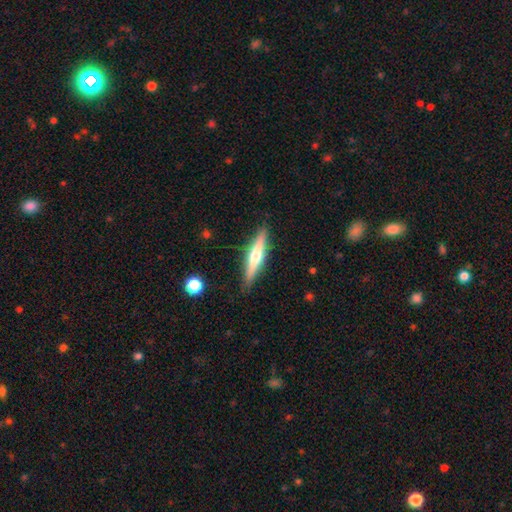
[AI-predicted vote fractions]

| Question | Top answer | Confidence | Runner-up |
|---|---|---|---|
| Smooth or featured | featured or disk | 63% | smooth (31%) |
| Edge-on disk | yes | 97% | no (3%) |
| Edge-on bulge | rounded | 91% | none (5%) |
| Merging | none | 89% | minor disturbance (8%) |